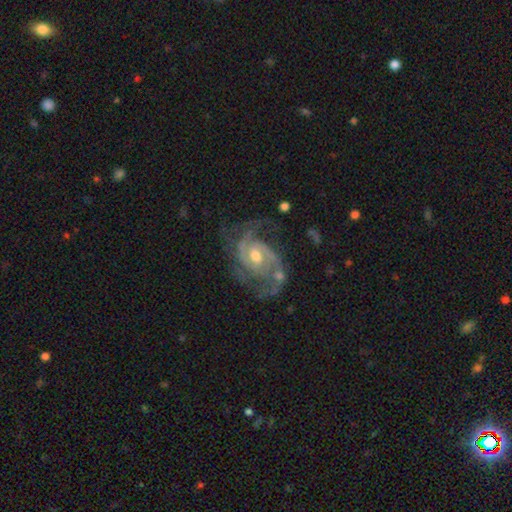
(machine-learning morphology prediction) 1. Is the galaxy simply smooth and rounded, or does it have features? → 91% featured or disk, 5% star or artifact, 4% smooth.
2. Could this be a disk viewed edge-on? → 98% no, 2% yes.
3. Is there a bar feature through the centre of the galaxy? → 51% no, 40% weak, 9% strong.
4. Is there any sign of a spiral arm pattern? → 98% yes, 2% no.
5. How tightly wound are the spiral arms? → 48% medium, 40% tight, 12% loose.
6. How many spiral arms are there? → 61% 2, 19% 3, 9% can't tell, 4% 4, 4% 1, 3% more than 4.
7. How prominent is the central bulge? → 67% moderate, 27% small, 4% large, 1% none, 1% dominant.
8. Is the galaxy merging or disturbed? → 60% none, 21% minor disturbance, 15% major disturbance, 4% merger.